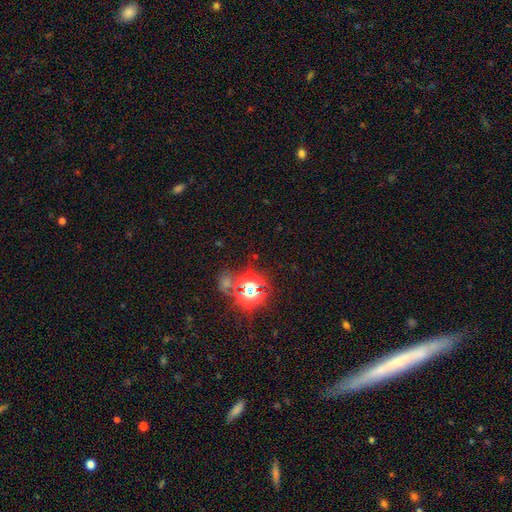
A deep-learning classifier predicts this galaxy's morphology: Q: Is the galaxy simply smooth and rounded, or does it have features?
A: star or artifact — 72%.